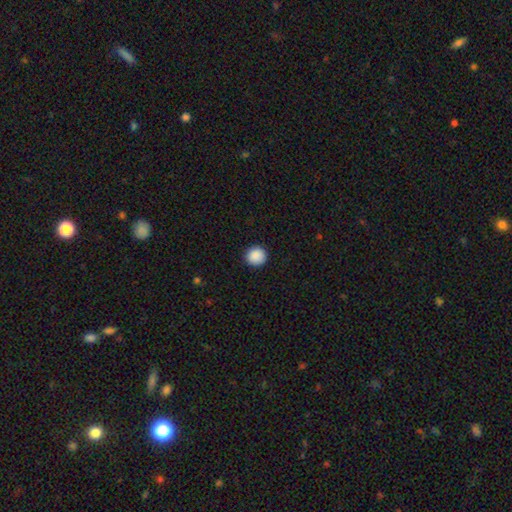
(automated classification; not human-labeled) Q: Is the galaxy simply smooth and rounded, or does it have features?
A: smooth — 89%.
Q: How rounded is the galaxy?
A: round — 93%.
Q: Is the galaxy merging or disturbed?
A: none — 92%.